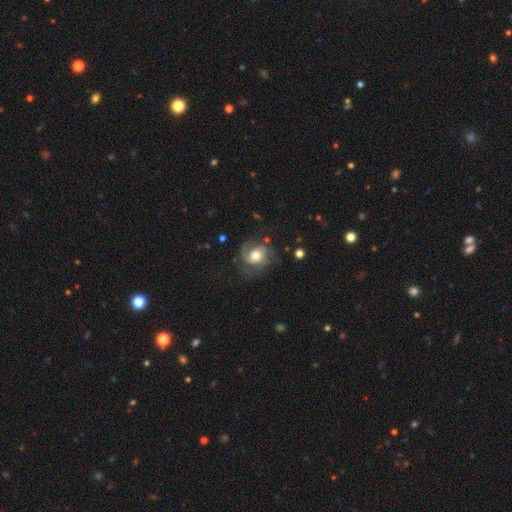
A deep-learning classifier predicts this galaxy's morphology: Smooth or featured: featured or disk — 65% (smooth — 27%)
Edge-on disk: no — 98% (yes — 2%)
Bar: no — 70% (weak — 25%)
Spiral arms: yes — 90% (no — 10%)
Spiral winding: medium — 43% (tight — 35%)
Spiral arm count: 2 — 51% (1 — 22%)
Bulge size: moderate — 60% (large — 27%)
Merging: none — 62% (minor disturbance — 20%)